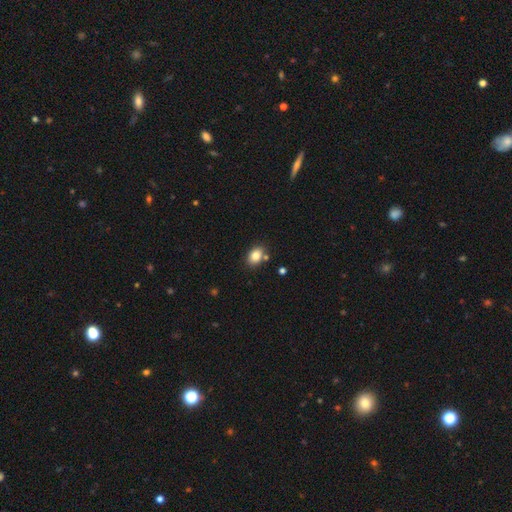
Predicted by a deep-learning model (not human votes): Smooth or featured: smooth — 83% (star or artifact — 9%)
How rounded: in between — 75% (round — 24%)
Merging: none — 77% (minor disturbance — 12%)